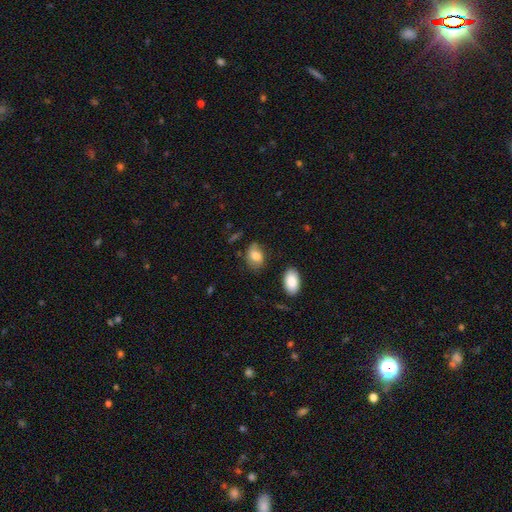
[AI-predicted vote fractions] Smooth or featured?
  - smooth: 79% *
  - featured or disk: 14%
  - star or artifact: 8%
How rounded?
  - in between: 81% *
  - round: 17%
  - cigar-shaped: 2%
Merging?
  - none: 63% *
  - minor disturbance: 26%
  - major disturbance: 8%
  - merger: 3%